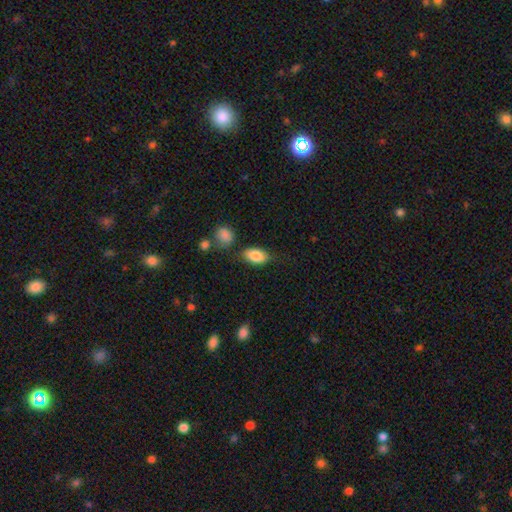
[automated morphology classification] Smooth or featured?
  - smooth: 85% *
  - featured or disk: 8%
  - star or artifact: 7%
How rounded?
  - in between: 90% *
  - round: 7%
  - cigar-shaped: 3%
Merging?
  - none: 70% *
  - minor disturbance: 19%
  - major disturbance: 5%
  - merger: 5%